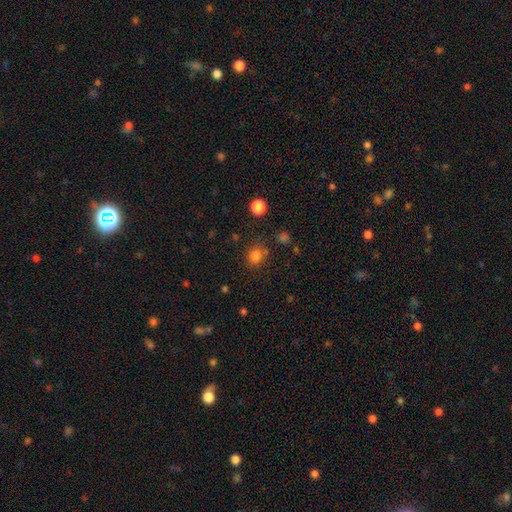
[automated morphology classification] type=smooth (80%); roundness=round (80%); merging=none (75%).